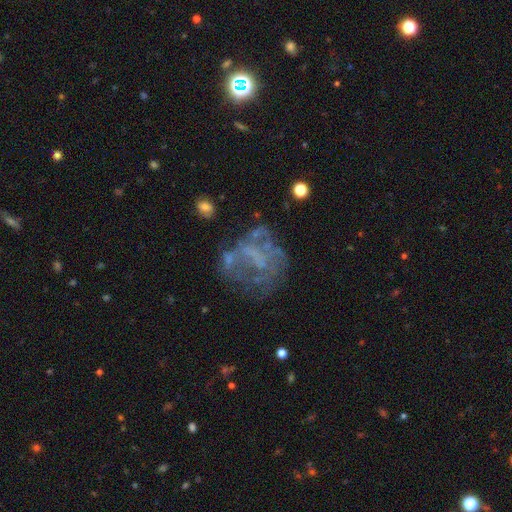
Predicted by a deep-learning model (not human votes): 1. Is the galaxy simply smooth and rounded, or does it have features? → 59% featured or disk, 21% star or artifact, 20% smooth.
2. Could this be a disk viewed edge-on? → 98% no, 2% yes.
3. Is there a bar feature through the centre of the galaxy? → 75% no, 18% weak, 8% strong.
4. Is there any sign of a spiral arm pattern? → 77% no, 23% yes.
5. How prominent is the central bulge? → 75% none, 14% small, 8% moderate, 2% large, 1% dominant.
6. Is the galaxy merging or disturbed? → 46% none, 30% major disturbance, 18% minor disturbance, 6% merger.